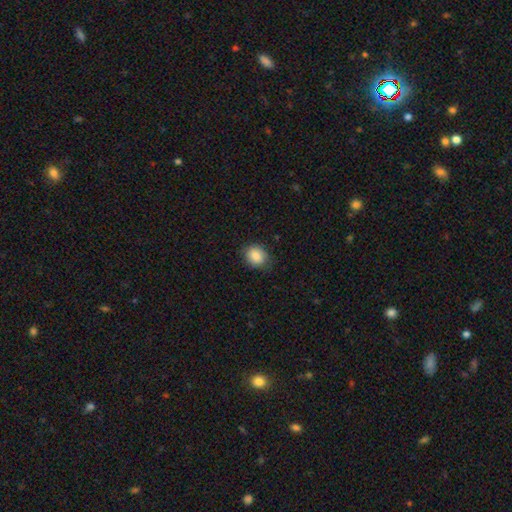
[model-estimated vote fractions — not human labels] The model was most divided on "how rounded": round: 62%, in between: 37%, cigar-shaped: 1%. More confident: smooth or featured — smooth (86%); merging — none (82%).